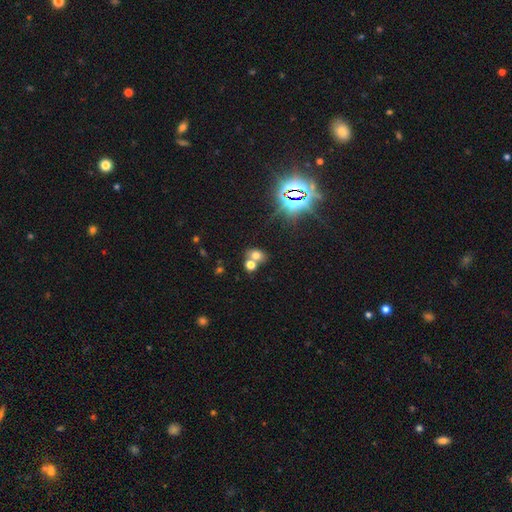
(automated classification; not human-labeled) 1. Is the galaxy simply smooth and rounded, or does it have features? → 64% smooth, 22% star or artifact, 13% featured or disk.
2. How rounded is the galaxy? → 53% in between, 46% round, 1% cigar-shaped.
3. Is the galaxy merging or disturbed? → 45% none, 42% merger, 9% minor disturbance, 4% major disturbance.